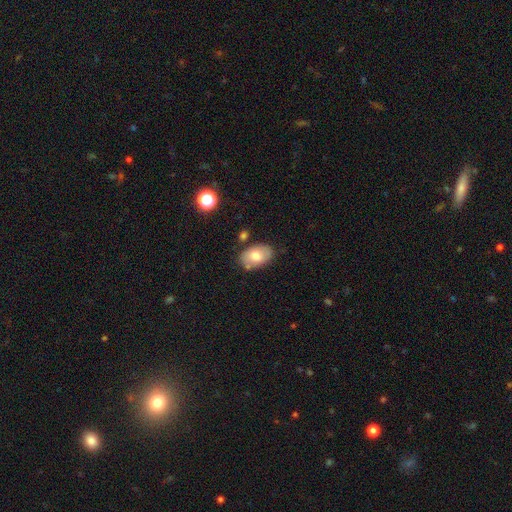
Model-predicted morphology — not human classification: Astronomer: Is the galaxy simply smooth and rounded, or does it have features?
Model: smooth — 70%.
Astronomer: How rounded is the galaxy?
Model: in between — 89%.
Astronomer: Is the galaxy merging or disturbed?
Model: none — 76%.